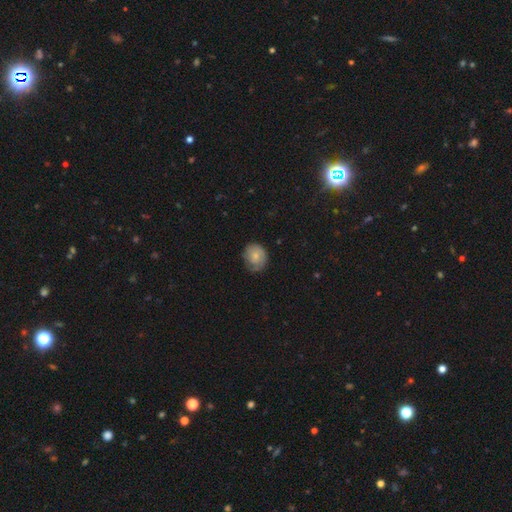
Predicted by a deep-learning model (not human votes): Morphology: type=smooth (75%); roundness=round (73%); merging=none (65%).